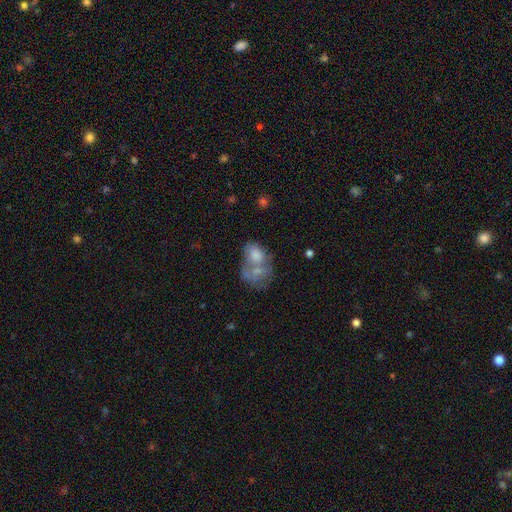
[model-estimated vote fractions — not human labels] Smooth or featured? Predicted: smooth (p=0.60). How rounded? Predicted: in between (p=0.67). Merging? Predicted: merger (p=0.63).